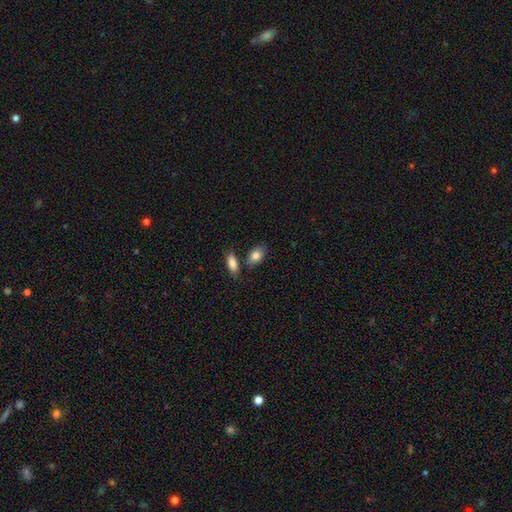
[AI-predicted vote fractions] Smooth or featured? smooth (83%)
How rounded? in between (87%)
Merging? none (70%)